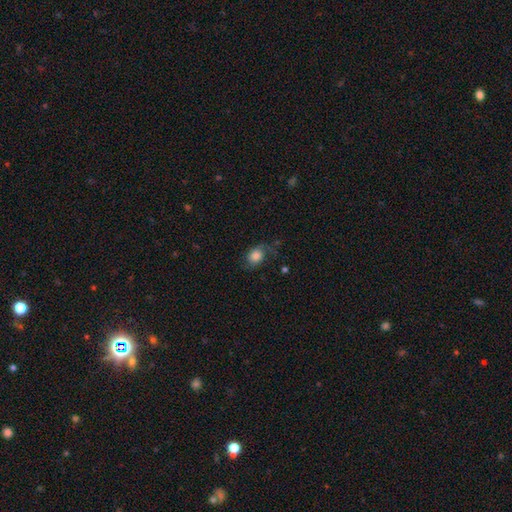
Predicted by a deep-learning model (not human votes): Smooth or featured? Predicted: smooth (p=0.70). How rounded? Predicted: in between (p=0.57). Merging? Predicted: none (p=0.53).